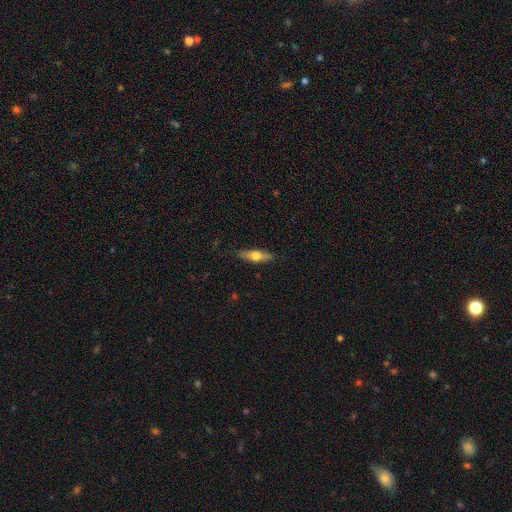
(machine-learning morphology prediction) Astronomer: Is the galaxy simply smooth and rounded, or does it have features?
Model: smooth — 53% (runner-up: featured or disk, 41%).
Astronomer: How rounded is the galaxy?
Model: cigar-shaped — 58% (runner-up: in between, 39%).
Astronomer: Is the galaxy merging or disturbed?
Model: none — 86%.